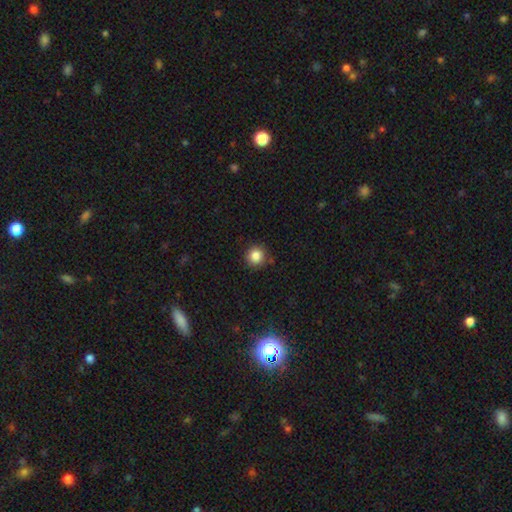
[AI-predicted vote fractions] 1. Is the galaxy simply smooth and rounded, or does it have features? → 85% smooth, 11% star or artifact, 4% featured or disk.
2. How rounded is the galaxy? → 94% round, 5% in between, 1% cigar-shaped.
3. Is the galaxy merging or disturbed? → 88% none, 8% minor disturbance, 2% major disturbance, 2% merger.